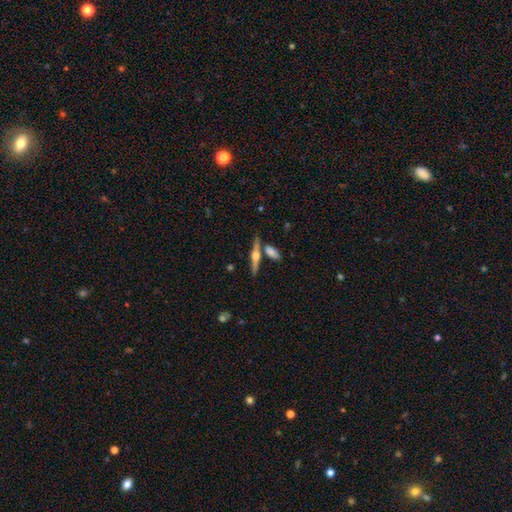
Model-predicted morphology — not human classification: The model was most divided on "smooth or featured": featured or disk: 68%, smooth: 25%, star or artifact: 7%. More confident: edge-on disk — yes (96%); edge-on bulge — rounded (90%); merging — none (73%).